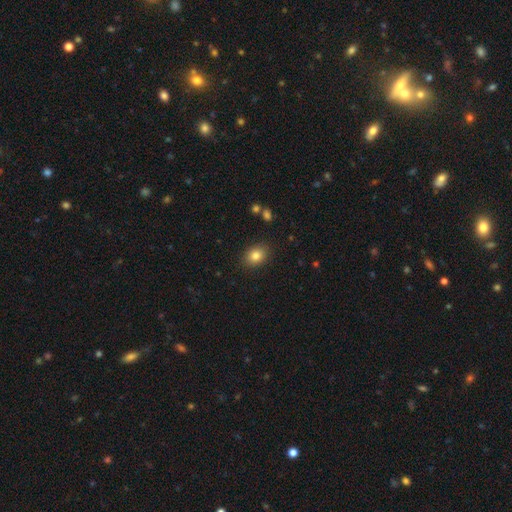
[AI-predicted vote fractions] This appears to be a smooth galaxy with no disk features (83%) that is in between round and cigar-shaped (61%). Merging: none (87%).